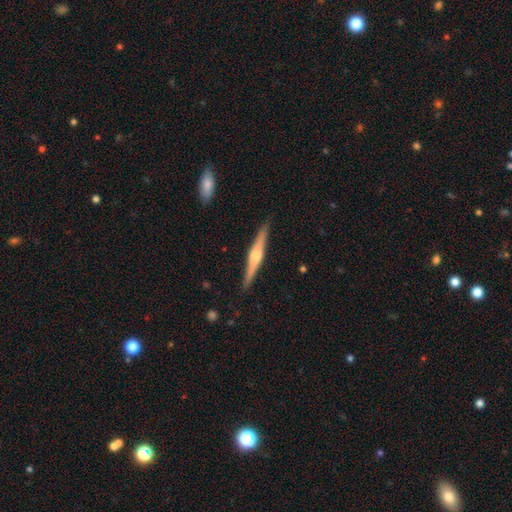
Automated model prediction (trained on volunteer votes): Smooth or featured? Predicted: featured or disk (p=0.74). Edge-on disk? Predicted: yes (p=0.98). Edge-on bulge? Predicted: rounded (p=0.88). Merging? Predicted: none (p=0.91).